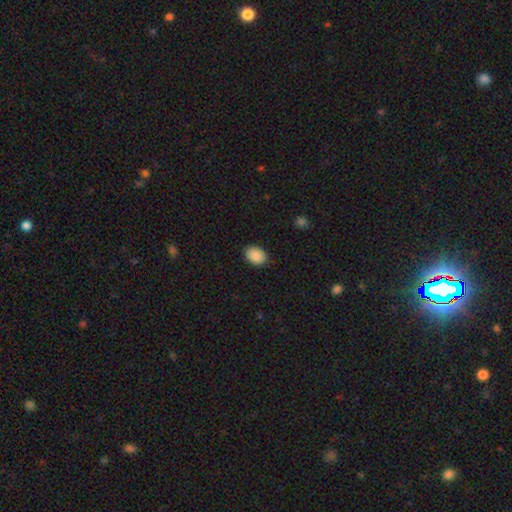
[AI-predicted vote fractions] Q: Smooth or featured?
A: smooth (89%); runner-up: star or artifact (7%)
Q: How rounded?
A: in between (75%); runner-up: round (24%)
Q: Merging?
A: none (87%); runner-up: minor disturbance (10%)